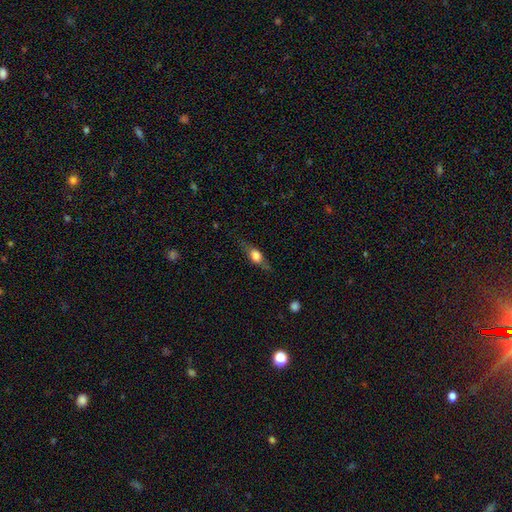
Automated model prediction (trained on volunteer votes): Overall: smooth (57%; featured or disk 35%). How rounded: in between (59%; cigar-shaped 31%). Merging: none (71%).